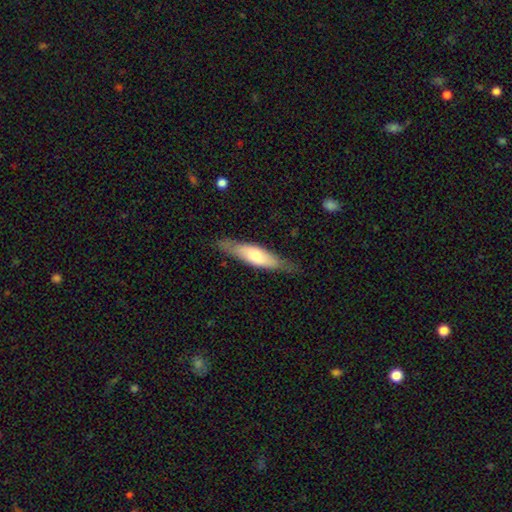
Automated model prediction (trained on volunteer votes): The model was most divided on "how rounded": cigar-shaped: 61%, in between: 37%, round: 2%. More confident: merging — none (75%); smooth or featured — smooth (60%).